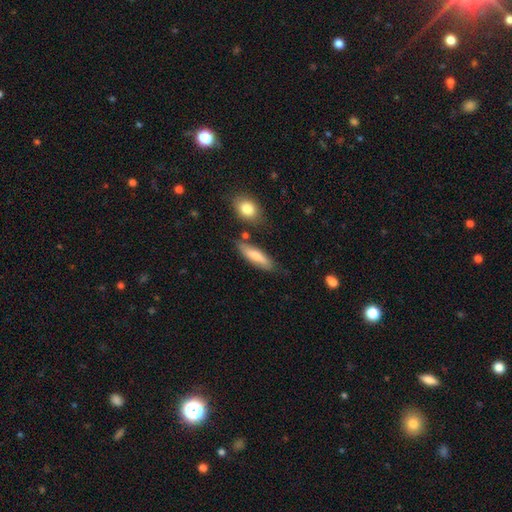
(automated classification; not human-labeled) A smooth galaxy with no disk features (74%) that is cigar-shaped (59%). Merging: none (73%).